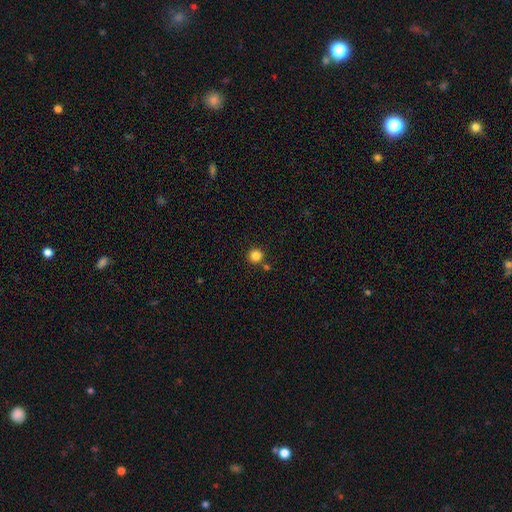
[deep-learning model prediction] smooth_or_featured: smooth (p=0.85) [alt: star or artifact p=0.12]
how_rounded: round (p=0.95) [alt: in between p=0.04]
merging: none (p=0.84) [alt: merger p=0.08]